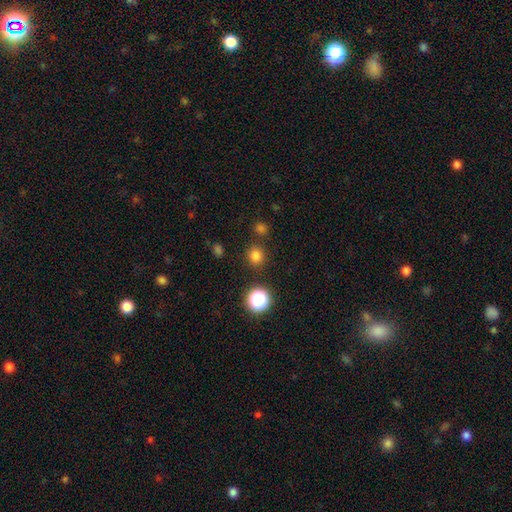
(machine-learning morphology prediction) smooth 77%, star or artifact 18%, featured or disk 4%. Down the decision tree: how rounded — round (89%); merging — none (85%).